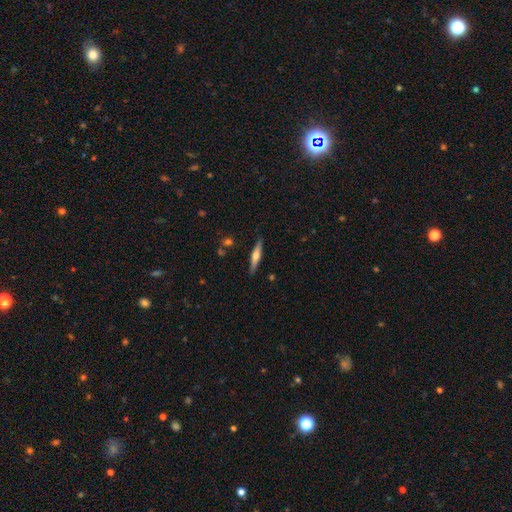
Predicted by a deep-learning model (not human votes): This is possibly a featured or disk galaxy (58%). It is clearly viewed edge-on (96%). Edge-on bulge: clearly rounded (87%). Merging: clearly none (88%).